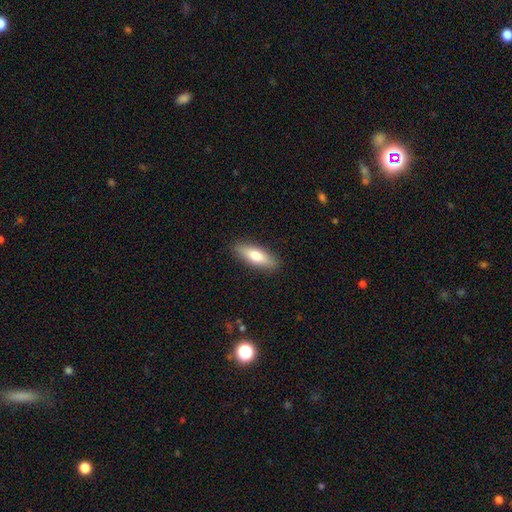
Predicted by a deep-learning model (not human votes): smooth-or-featured: smooth: 73% | featured or disk: 21% | star or artifact: 6%
  how-rounded: in between: 50% | cigar-shaped: 48% | round: 2%
  merging: none: 89% | minor disturbance: 8% | major disturbance: 2% | merger: 1%